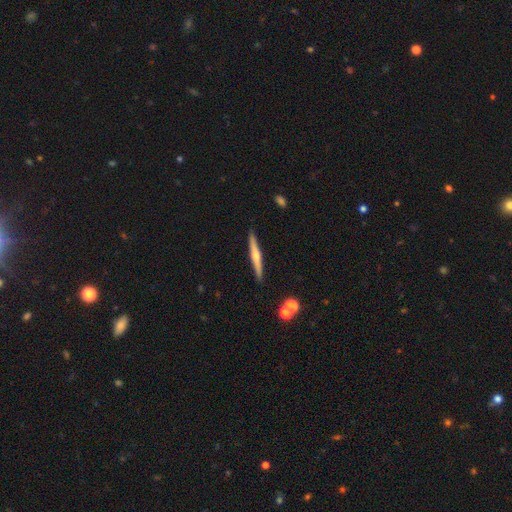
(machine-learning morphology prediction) smooth_or_featured: featured or disk (p=0.60) [alt: smooth p=0.34]
disk_edge_on: yes (p=0.97) [alt: no p=0.03]
edge_on_bulge: rounded (p=0.76) [alt: none p=0.16]
merging: none (p=0.89) [alt: minor disturbance p=0.07]